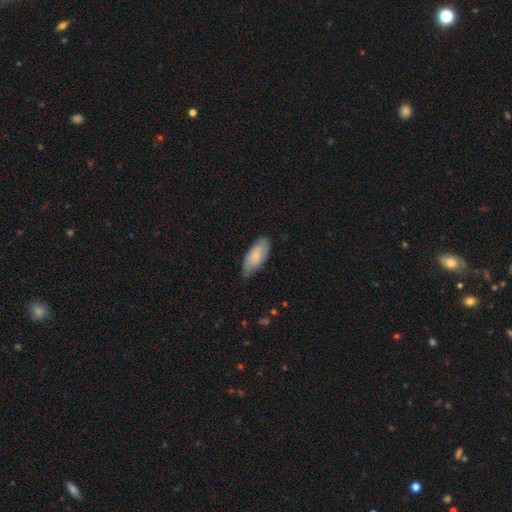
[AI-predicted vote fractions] Overall: smooth (66%; featured or disk 28%). How rounded: in between (85%). Merging: none (64%; minor disturbance 30%).